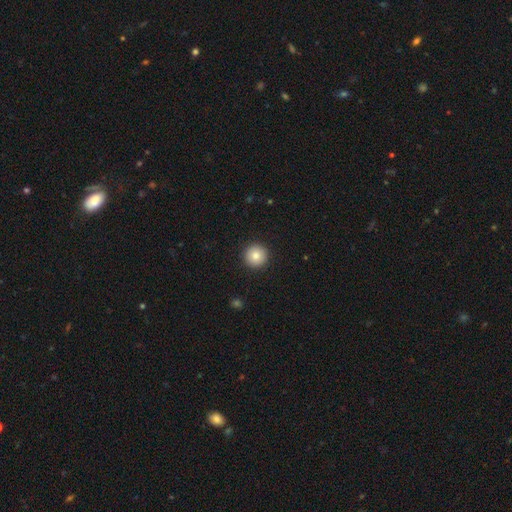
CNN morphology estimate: smooth_or_featured: smooth (p=0.85) [alt: star or artifact p=0.08]
how_rounded: round (p=0.96) [alt: in between p=0.03]
merging: none (p=0.93) [alt: minor disturbance p=0.05]